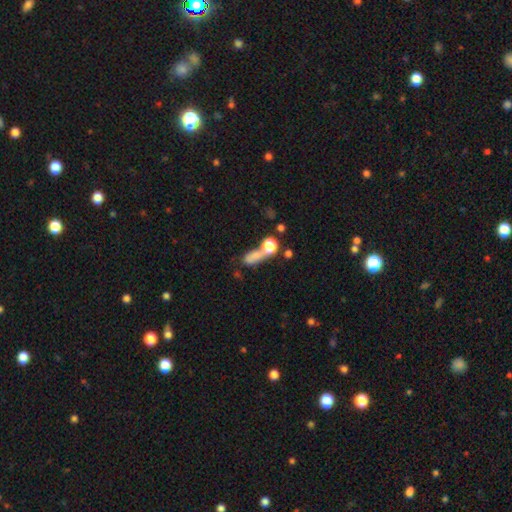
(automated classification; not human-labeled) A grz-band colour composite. It shows a smooth galaxy with no disk features (68%) that is in between round and cigar-shaped (51%). Merging: merger (44%).